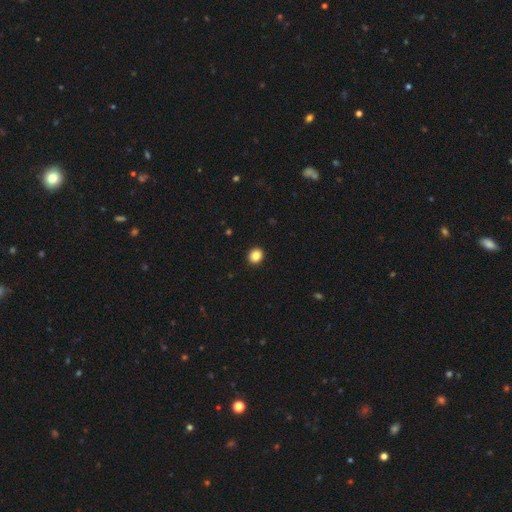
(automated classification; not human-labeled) smooth-or-featured: smooth: 85% | star or artifact: 10% | featured or disk: 5%
  how-rounded: round: 77% | in between: 22% | cigar-shaped: 1%
  merging: none: 93% | minor disturbance: 5% | major disturbance: 1% | merger: 1%